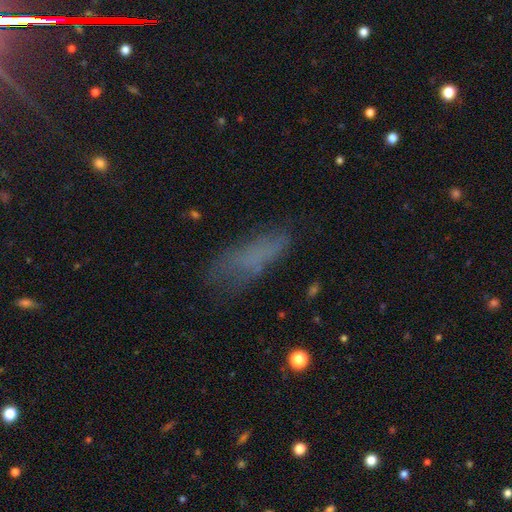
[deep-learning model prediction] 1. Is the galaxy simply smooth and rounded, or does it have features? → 62% smooth, 20% featured or disk, 18% star or artifact.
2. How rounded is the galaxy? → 56% in between, 41% cigar-shaped, 3% round.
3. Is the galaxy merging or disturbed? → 59% none, 24% minor disturbance, 15% major disturbance, 2% merger.